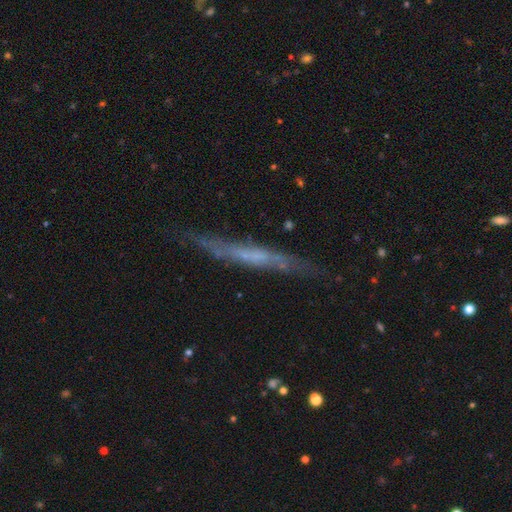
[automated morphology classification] featured or disk 63%, smooth 30%, star or artifact 8%. Down the decision tree: edge-on disk — yes (84%); edge-on bulge — none (75%); merging — none (74%).